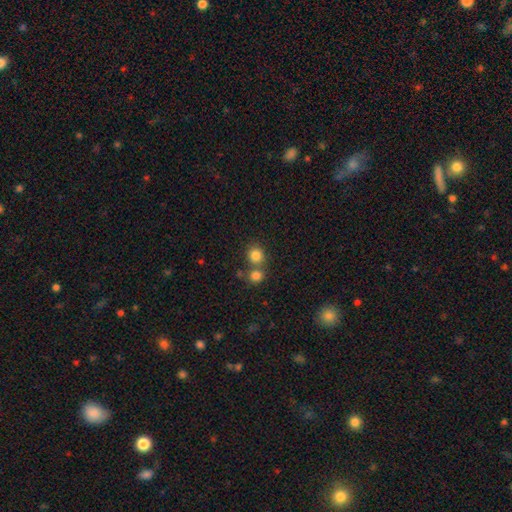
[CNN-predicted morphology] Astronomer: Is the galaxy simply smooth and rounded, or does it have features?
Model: smooth — 82%.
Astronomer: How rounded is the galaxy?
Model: round — 87%.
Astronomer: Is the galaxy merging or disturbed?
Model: none — 59%.